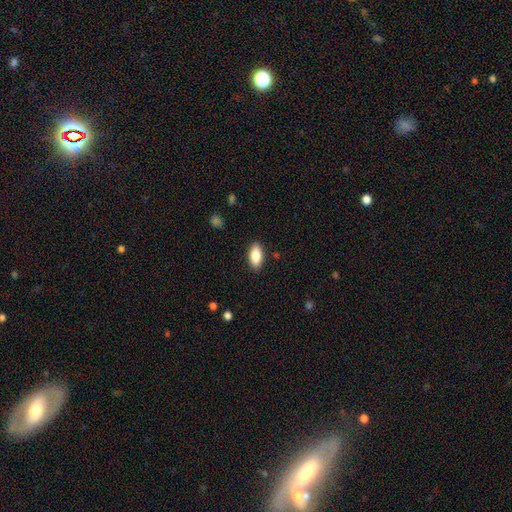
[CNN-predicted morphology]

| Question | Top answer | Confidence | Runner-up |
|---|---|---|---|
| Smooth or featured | smooth | 85% | featured or disk (9%) |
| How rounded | in between | 88% | cigar-shaped (9%) |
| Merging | none | 88% | minor disturbance (9%) |